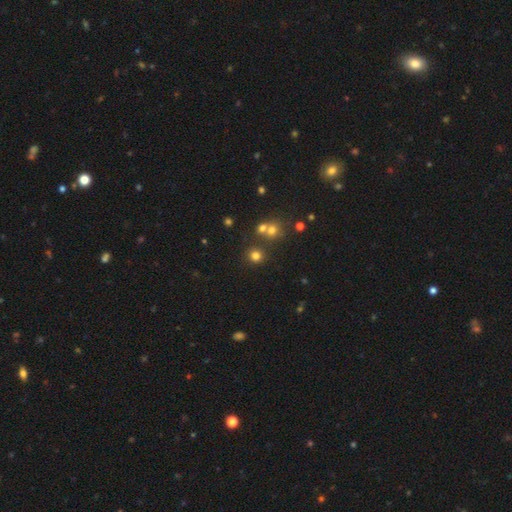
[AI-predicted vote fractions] Smooth or featured?
  - smooth: 74% *
  - star or artifact: 19%
  - featured or disk: 7%
How rounded?
  - round: 90% *
  - in between: 9%
  - cigar-shaped: 1%
Merging?
  - none: 78% *
  - merger: 12%
  - minor disturbance: 7%
  - major disturbance: 3%